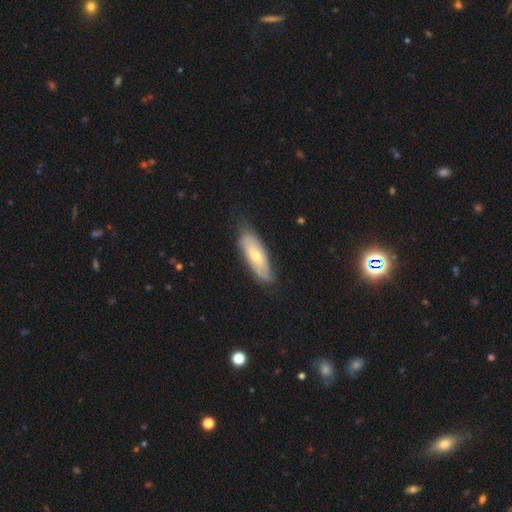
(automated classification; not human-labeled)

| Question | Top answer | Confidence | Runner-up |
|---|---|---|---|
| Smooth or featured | smooth | 50% | featured or disk (44%) |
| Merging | none | 71% | minor disturbance (23%) |